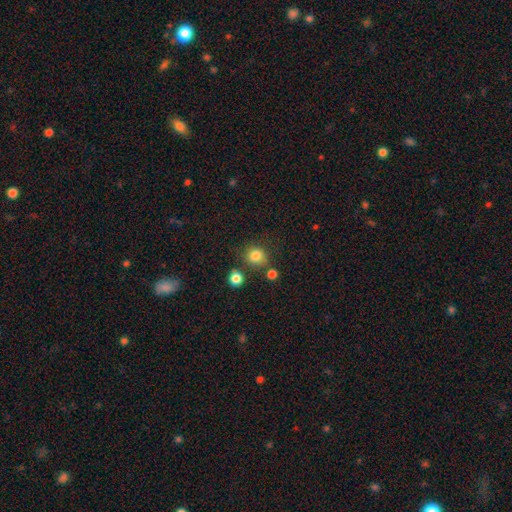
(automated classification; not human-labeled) Smooth or featured: smooth — 82% (star or artifact — 13%)
How rounded: round — 85% (in between — 15%)
Merging: none — 75% (minor disturbance — 12%)